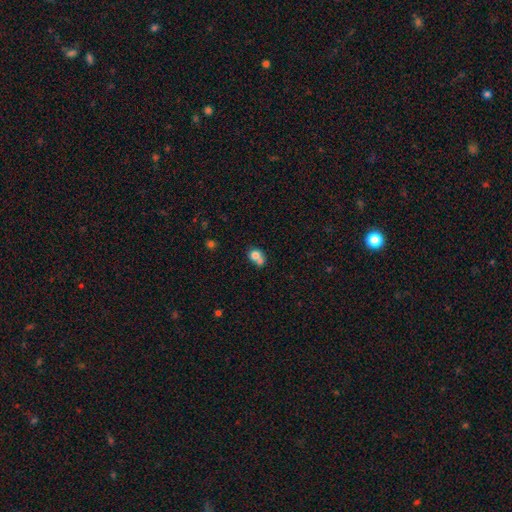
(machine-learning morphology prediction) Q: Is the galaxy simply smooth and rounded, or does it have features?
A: smooth — 76%.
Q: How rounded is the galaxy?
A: round — 68%.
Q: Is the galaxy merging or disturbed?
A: merger — 53%.